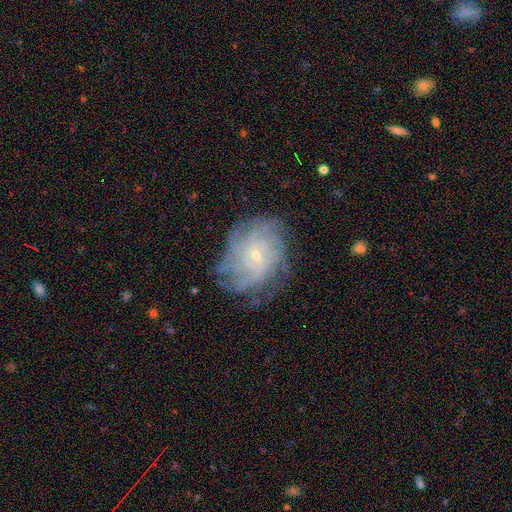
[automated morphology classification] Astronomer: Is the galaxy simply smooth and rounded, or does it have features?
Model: featured or disk — 81%.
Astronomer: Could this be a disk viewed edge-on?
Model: no — 97%.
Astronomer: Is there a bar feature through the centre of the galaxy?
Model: no — 74%.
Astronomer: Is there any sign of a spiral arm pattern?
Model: yes — 94%.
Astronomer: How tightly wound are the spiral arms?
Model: tight — 68%.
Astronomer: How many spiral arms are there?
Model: can't tell — 35% (runner-up: more than 4, 24%).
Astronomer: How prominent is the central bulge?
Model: small — 80%.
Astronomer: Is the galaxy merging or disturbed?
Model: none — 74%.